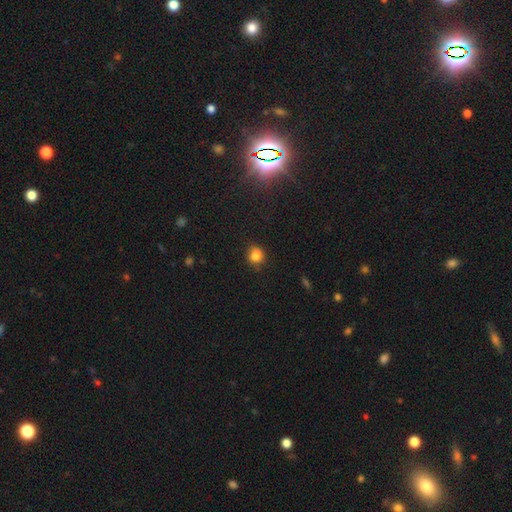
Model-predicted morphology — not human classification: Smooth or featured? smooth (82%)
How rounded? round (82%)
Merging? none (80%)